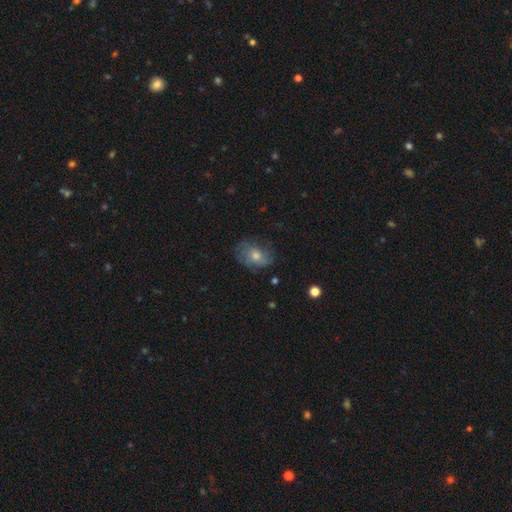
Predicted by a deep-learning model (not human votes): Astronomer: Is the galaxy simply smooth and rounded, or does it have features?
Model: smooth — 57% (runner-up: featured or disk, 34%).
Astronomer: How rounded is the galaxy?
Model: in between — 71%.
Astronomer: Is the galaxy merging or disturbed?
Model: none — 61%.